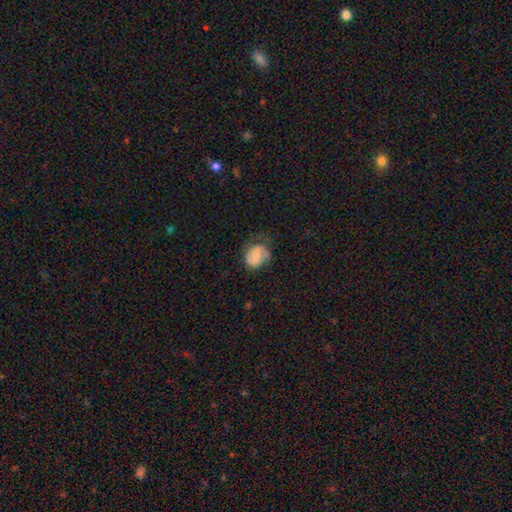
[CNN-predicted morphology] type=smooth (48%); merging=none (48%).